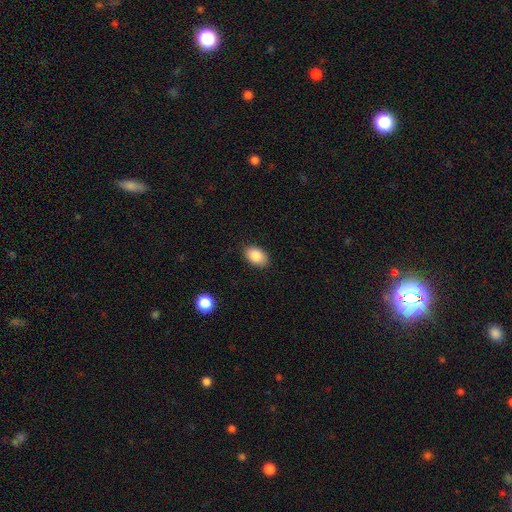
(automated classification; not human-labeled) Smooth or featured? Predicted: smooth (p=0.87). How rounded? Predicted: in between (p=0.89). Merging? Predicted: none (p=0.88).